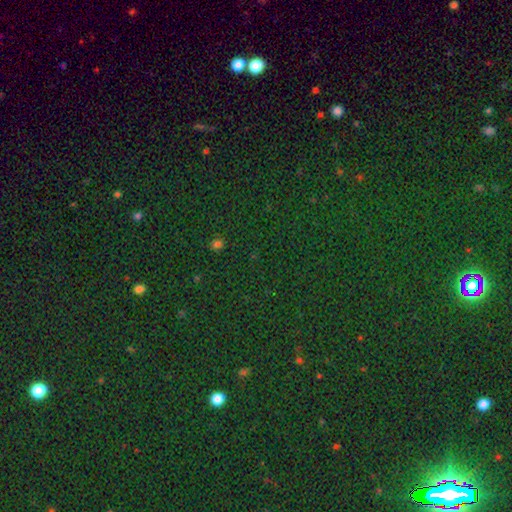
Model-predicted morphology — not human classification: star or artifact 76%, smooth 15%, featured or disk 9%.